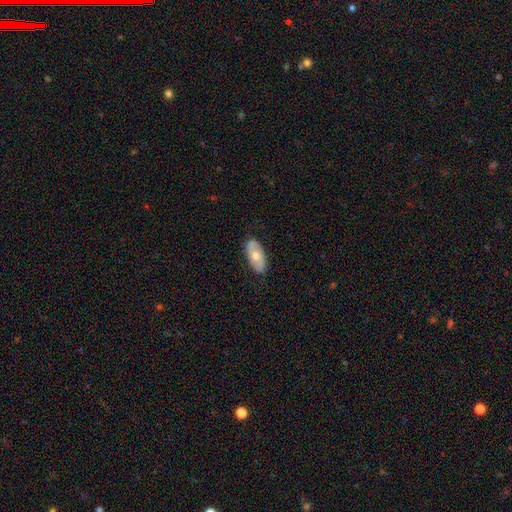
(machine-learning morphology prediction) The model was most divided on "smooth or featured": smooth: 51%, featured or disk: 43%, star or artifact: 6%. More confident: how rounded — in between (91%); merging — none (84%).